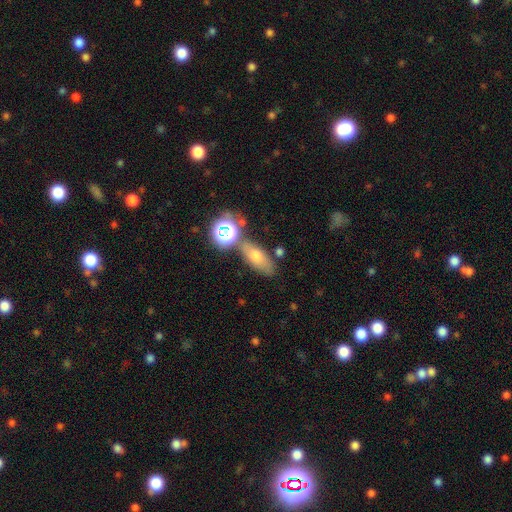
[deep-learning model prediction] smooth_or_featured: smooth (p=0.57) [alt: star or artifact p=0.24]
how_rounded: in between (p=0.68) [alt: cigar-shaped p=0.17]
merging: none (p=0.68) [alt: minor disturbance p=0.14]